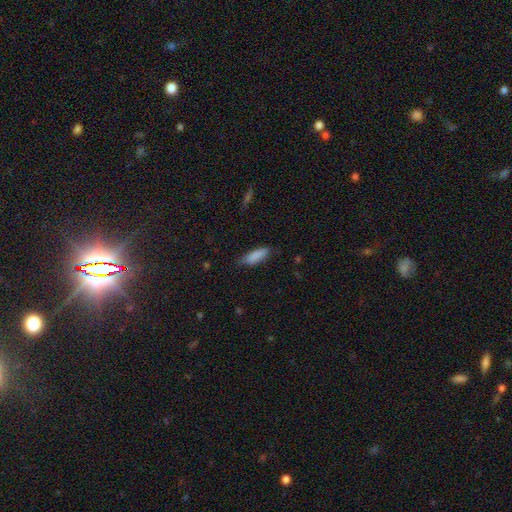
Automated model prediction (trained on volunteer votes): Smooth or featured? Predicted: smooth (p=0.86). How rounded? Predicted: in between (p=0.60). Merging? Predicted: none (p=0.75).